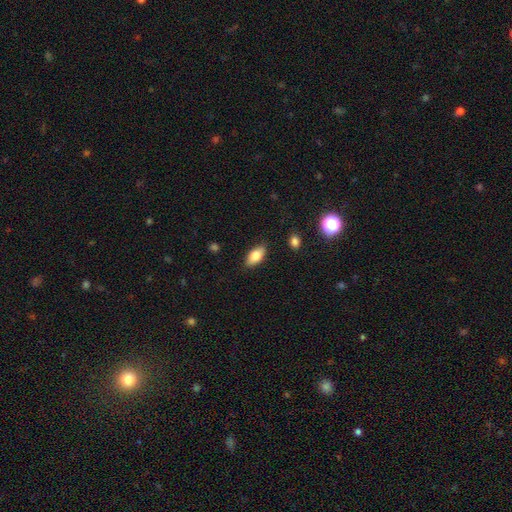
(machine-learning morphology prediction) smooth 80%, featured or disk 13%, star or artifact 7%. Down the decision tree: how rounded — in between (89%); merging — none (85%).